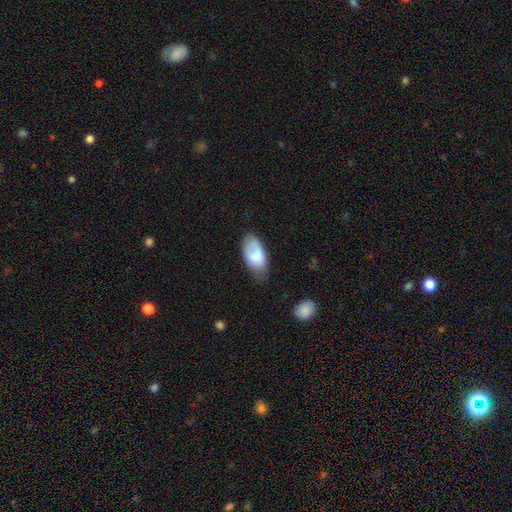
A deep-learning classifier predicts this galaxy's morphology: smooth 73%, featured or disk 20%, star or artifact 7%. Down the decision tree: how rounded — in between (94%); merging — none (56%).